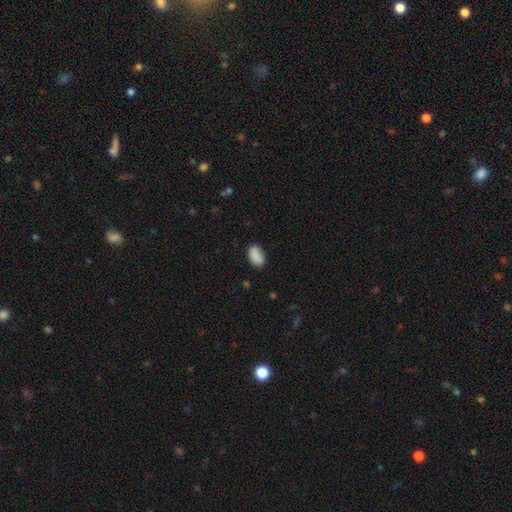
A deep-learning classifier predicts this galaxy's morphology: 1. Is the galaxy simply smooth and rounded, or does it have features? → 88% smooth, 7% star or artifact, 5% featured or disk.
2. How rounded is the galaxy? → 91% in between, 8% round, 1% cigar-shaped.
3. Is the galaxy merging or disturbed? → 78% none, 17% minor disturbance, 3% major disturbance, 2% merger.